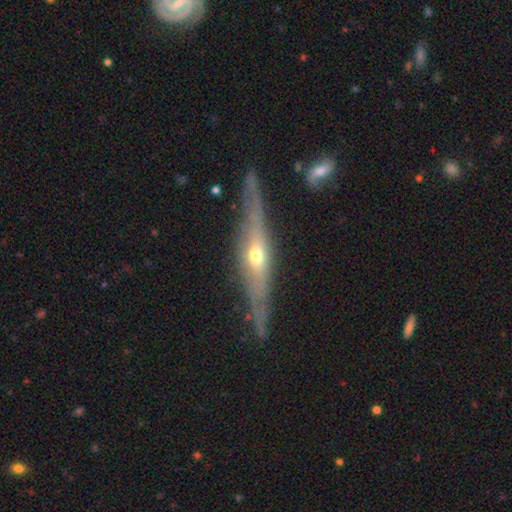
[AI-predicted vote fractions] Q: Smooth or featured?
A: featured or disk (73%); runner-up: smooth (20%)
Q: Edge-on disk?
A: yes (88%); runner-up: no (12%)
Q: Edge-on bulge?
A: rounded (85%); runner-up: none (10%)
Q: Merging?
A: none (77%); runner-up: minor disturbance (15%)